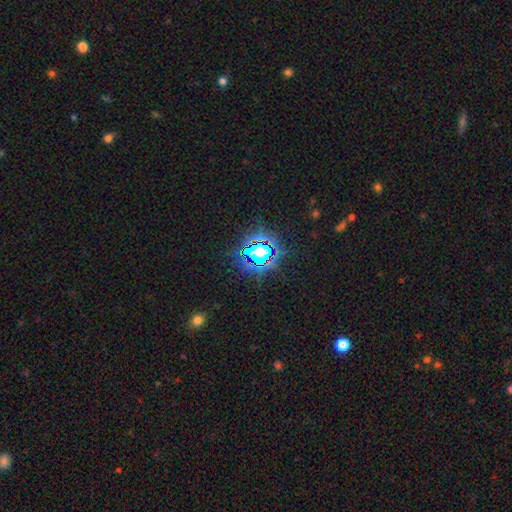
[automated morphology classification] This appears to be a star or artifact, not a galaxy (80%).